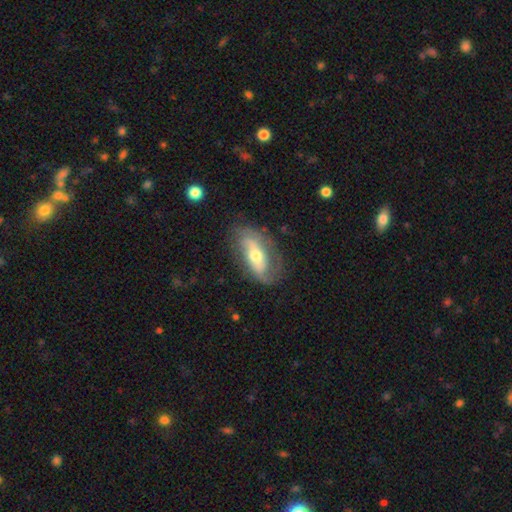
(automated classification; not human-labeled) Q: Smooth or featured?
A: featured or disk (72%); runner-up: smooth (22%)
Q: Edge-on disk?
A: no (89%); runner-up: yes (11%)
Q: Bar?
A: no (40%); runner-up: weak (30%)
Q: Spiral arms?
A: yes (83%); runner-up: no (17%)
Q: Spiral winding?
A: medium (38%); runner-up: loose (36%)
Q: Spiral arm count?
A: 2 (74%); runner-up: can't tell (13%)
Q: Bulge size?
A: moderate (64%); runner-up: small (27%)
Q: Merging?
A: none (67%); runner-up: minor disturbance (20%)